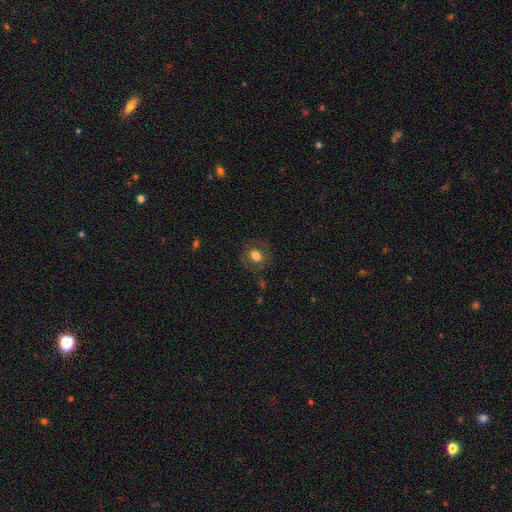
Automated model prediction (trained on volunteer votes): Overall: smooth (63%; featured or disk 27%). How rounded: round (64%; in between 34%). Merging: none (77%).